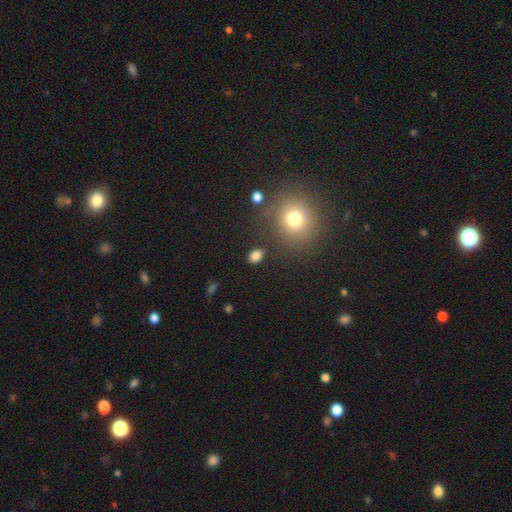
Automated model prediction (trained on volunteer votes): A smooth galaxy with no disk features (83%) that is in between round and cigar-shaped (75%).

Vote fractions:
- Smooth or featured? smooth: 83% / star or artifact: 12% / featured or disk: 5%
- How rounded? in between: 75% / round: 23% / cigar-shaped: 2%
- Merging? none: 84% / minor disturbance: 9% / major disturbance: 3% / merger: 3%